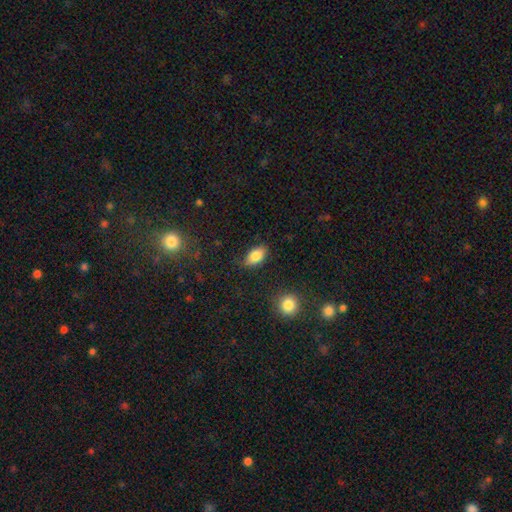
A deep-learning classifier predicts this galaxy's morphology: smooth 85%, star or artifact 8%, featured or disk 7%. Down the decision tree: how rounded — in between (91%); merging — none (78%).